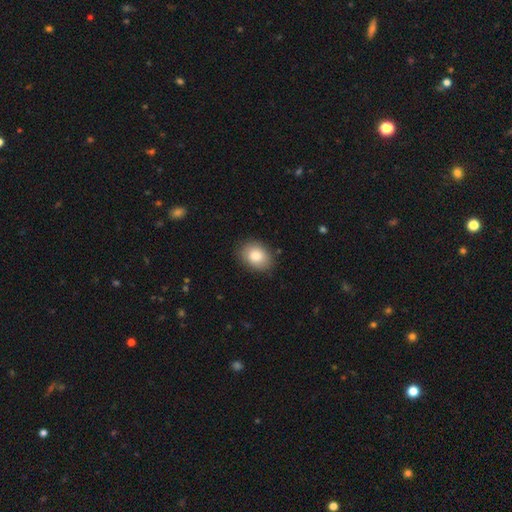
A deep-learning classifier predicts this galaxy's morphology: Q: Smooth or featured?
A: smooth (84%); runner-up: featured or disk (9%)
Q: How rounded?
A: in between (69%); runner-up: round (30%)
Q: Merging?
A: none (84%); runner-up: minor disturbance (12%)